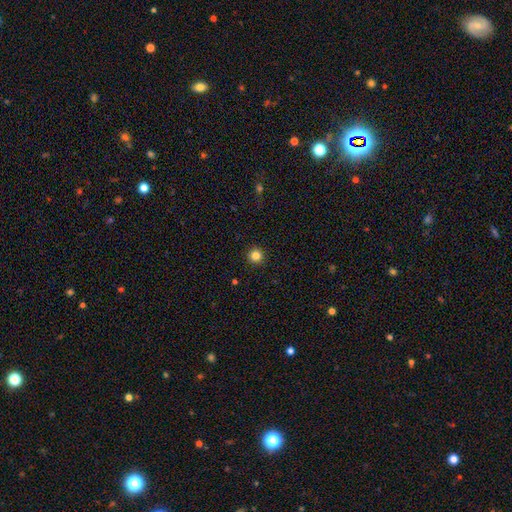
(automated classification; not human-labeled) A smooth galaxy with no disk features (83%) that is round (96%). Merging: none (93%).